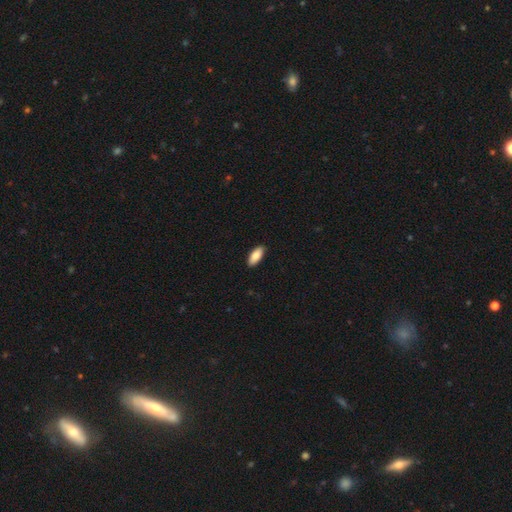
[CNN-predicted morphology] This appears to be a smooth galaxy with no disk features (87%) that is in between round and cigar-shaped (85%). Merging: none (90%).